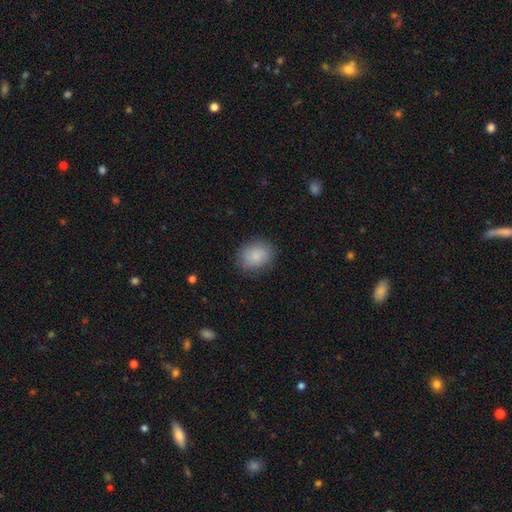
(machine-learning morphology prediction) A smooth galaxy with no disk features (86%) that is in between round and cigar-shaped (53%).

Vote fractions:
- Smooth or featured? smooth: 86% / star or artifact: 7% / featured or disk: 7%
- How rounded? in between: 53% / round: 46% / cigar-shaped: 1%
- Merging? none: 85% / minor disturbance: 11% / major disturbance: 3% / merger: 1%